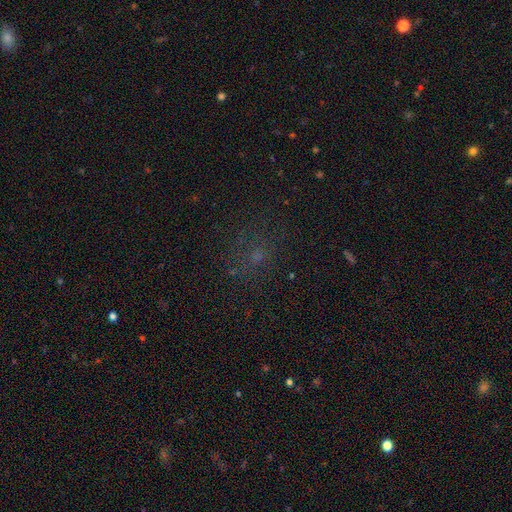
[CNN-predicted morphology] The model was most divided on "smooth or featured": smooth: 43%, star or artifact: 42%, featured or disk: 15%. More confident: merging — none (71%).